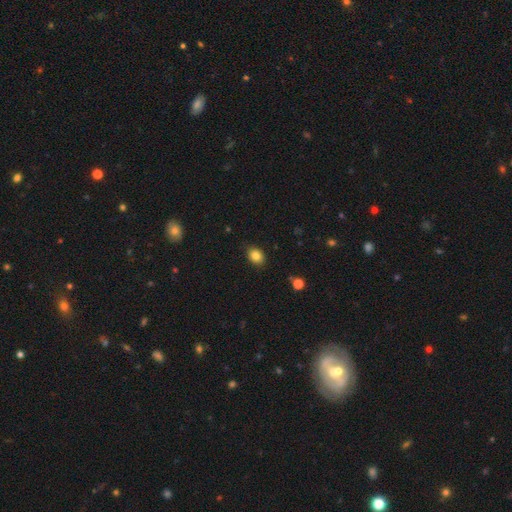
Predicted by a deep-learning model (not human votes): Morphology: type=smooth (84%); roundness=in between (62%); merging=none (86%).